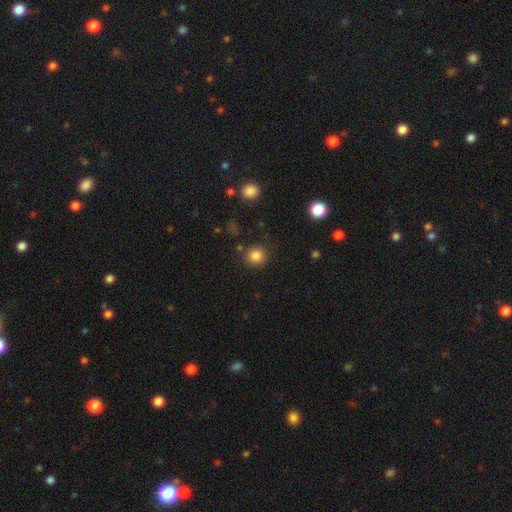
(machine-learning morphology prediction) type=smooth (85%); roundness=round (90%); merging=none (85%).